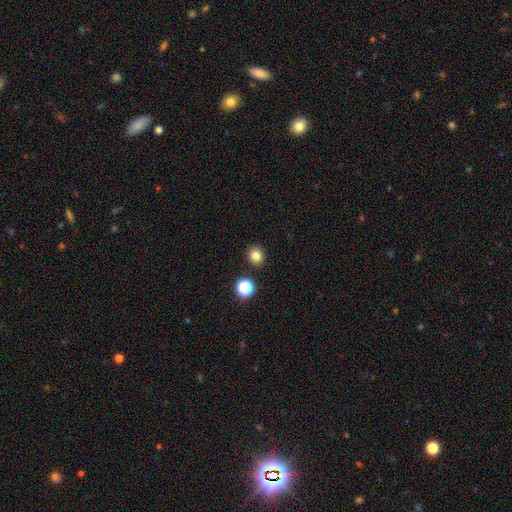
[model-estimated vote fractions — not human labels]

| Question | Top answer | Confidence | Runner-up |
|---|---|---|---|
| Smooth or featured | smooth | 80% | star or artifact (14%) |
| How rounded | round | 78% | in between (21%) |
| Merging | none | 88% | minor disturbance (6%) |